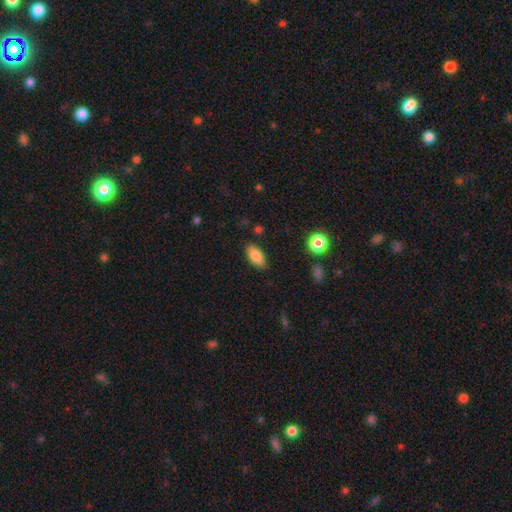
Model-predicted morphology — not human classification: The model was most divided on "merging": none: 86%, minor disturbance: 10%, major disturbance: 2%, merger: 1%. More confident: how rounded — in between (91%); smooth or featured — smooth (85%).